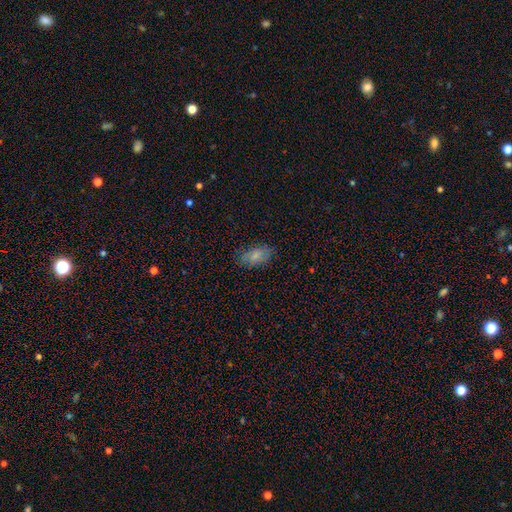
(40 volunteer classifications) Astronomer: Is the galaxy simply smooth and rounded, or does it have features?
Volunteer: smooth — 78%.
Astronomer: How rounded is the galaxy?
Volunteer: in between — 97%.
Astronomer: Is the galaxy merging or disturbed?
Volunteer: none — 87%.